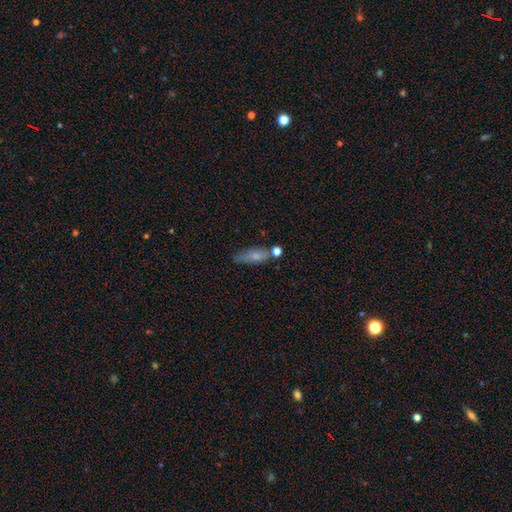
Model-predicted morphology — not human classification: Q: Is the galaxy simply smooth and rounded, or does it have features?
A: smooth — 70%.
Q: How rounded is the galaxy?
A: in between — 60%.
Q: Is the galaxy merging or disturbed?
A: none — 59%.